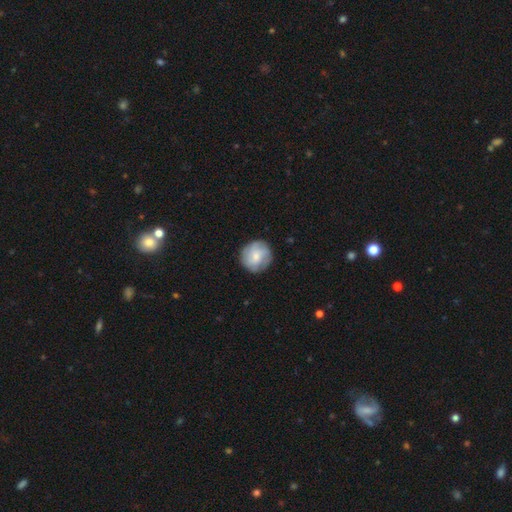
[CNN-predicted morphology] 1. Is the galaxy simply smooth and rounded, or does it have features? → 65% smooth, 28% featured or disk, 7% star or artifact.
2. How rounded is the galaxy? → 92% round, 7% in between, 1% cigar-shaped.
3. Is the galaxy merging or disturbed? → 83% none, 13% minor disturbance, 3% major disturbance, 1% merger.